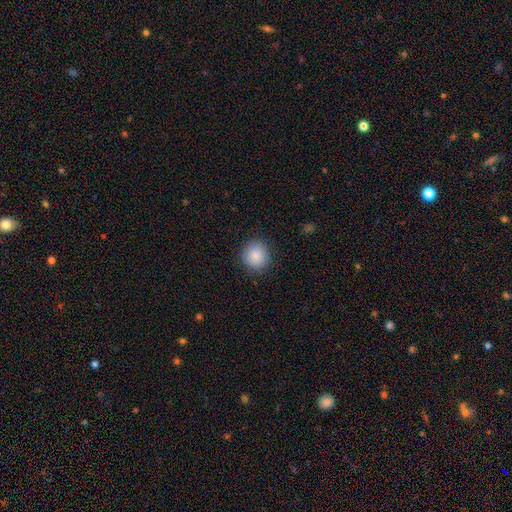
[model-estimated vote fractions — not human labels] This is clearly a smooth galaxy (87%). How rounded: clearly round (90%). Merging: clearly none (88%).